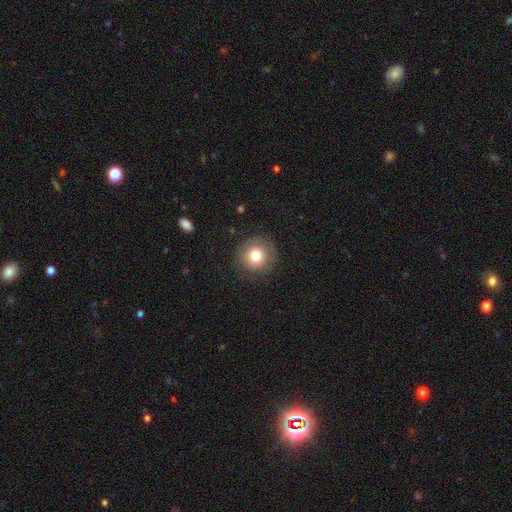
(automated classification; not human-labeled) smooth 77%, featured or disk 12%, star or artifact 11%. Down the decision tree: how rounded — round (94%); merging — none (87%).